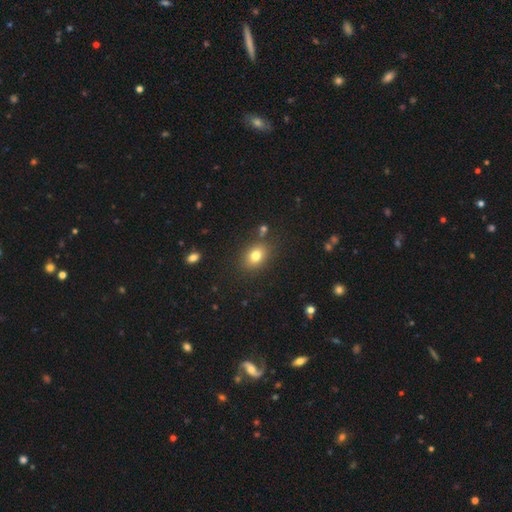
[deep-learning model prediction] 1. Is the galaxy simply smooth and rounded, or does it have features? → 79% smooth, 12% star or artifact, 9% featured or disk.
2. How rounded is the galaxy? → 63% in between, 36% round, 1% cigar-shaped.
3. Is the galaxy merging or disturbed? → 81% none, 11% minor disturbance, 4% merger, 3% major disturbance.